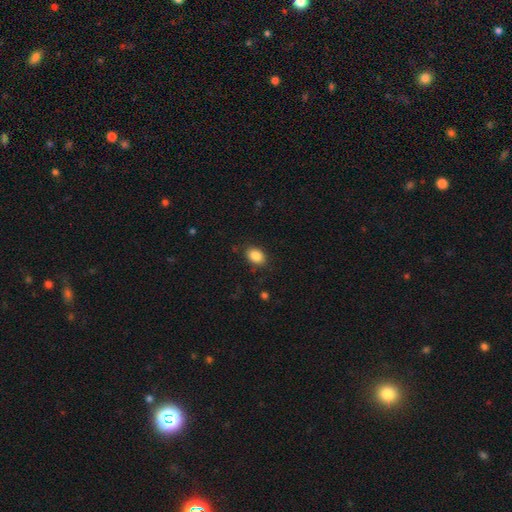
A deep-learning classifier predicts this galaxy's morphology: The model was most divided on "how rounded": in between: 77%, round: 22%, cigar-shaped: 1%. More confident: smooth or featured — smooth (87%); merging — none (84%).